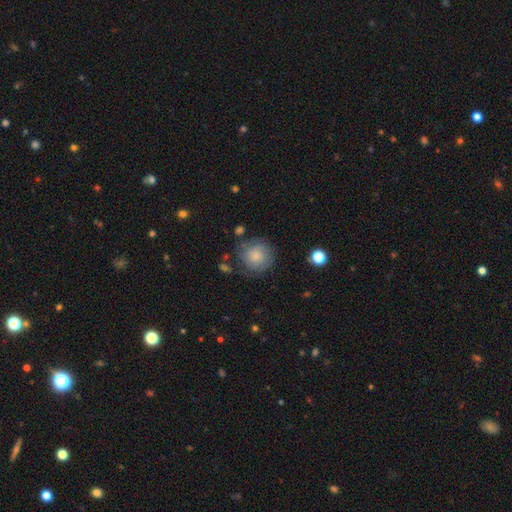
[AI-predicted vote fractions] Smooth or featured? Predicted: smooth (p=0.66). How rounded? Predicted: round (p=0.91). Merging? Predicted: none (p=0.70).